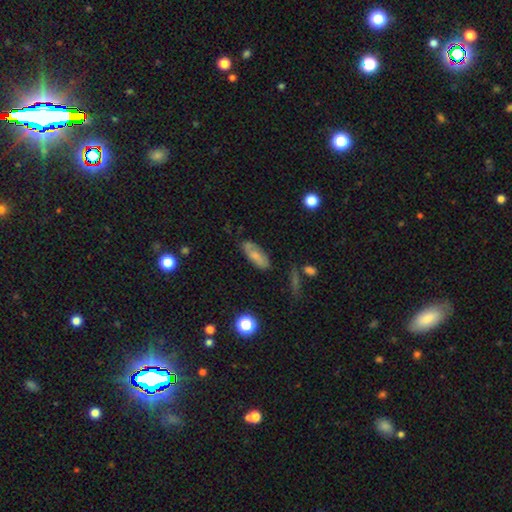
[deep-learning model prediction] smooth_or_featured: smooth (p=0.64) [alt: featured or disk p=0.26]
how_rounded: in between (p=0.79) [alt: cigar-shaped p=0.18]
merging: none (p=0.68) [alt: minor disturbance p=0.21]